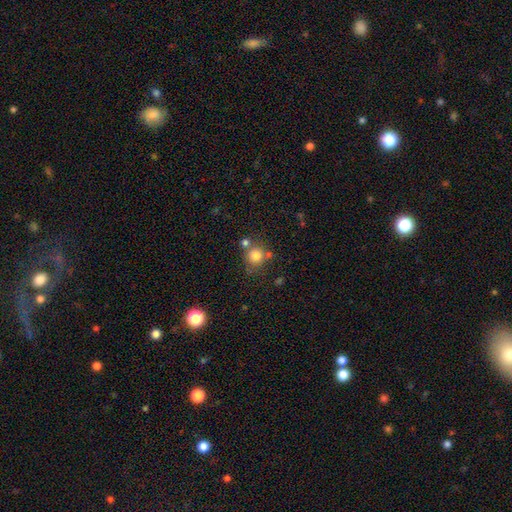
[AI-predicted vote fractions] Smooth or featured: smooth — 79% (star or artifact — 12%)
How rounded: round — 90% (in between — 9%)
Merging: none — 66% (merger — 18%)